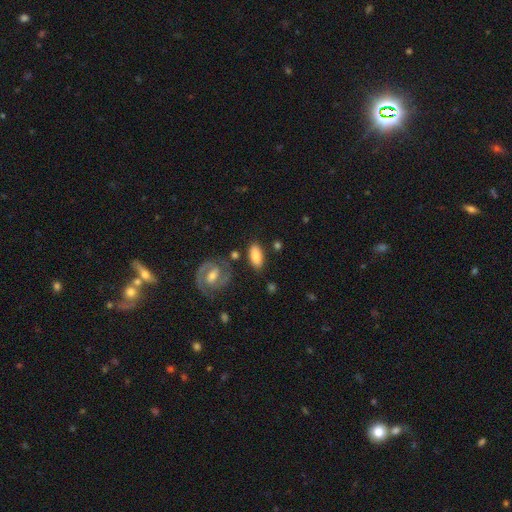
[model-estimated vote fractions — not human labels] Smooth or featured?
  - smooth: 77% *
  - featured or disk: 17%
  - star or artifact: 6%
How rounded?
  - in between: 86% *
  - cigar-shaped: 10%
  - round: 4%
Merging?
  - none: 77% *
  - minor disturbance: 14%
  - merger: 5%
  - major disturbance: 4%